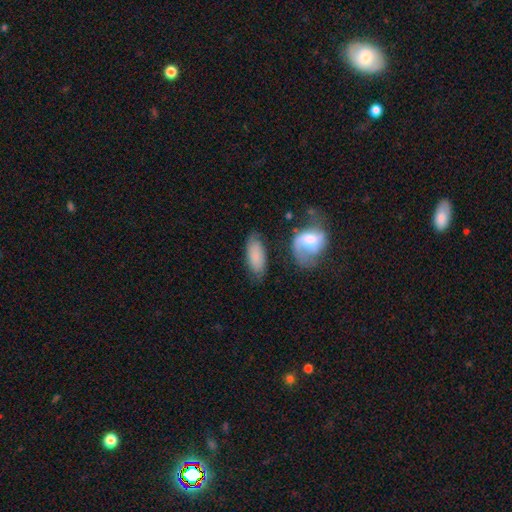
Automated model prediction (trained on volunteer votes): A smooth galaxy with no disk features (73%) that is in between round and cigar-shaped (85%). Merging: none (67%).